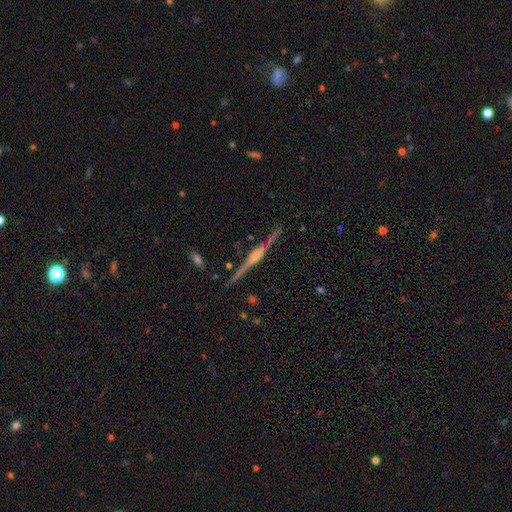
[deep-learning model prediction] smooth_or_featured: featured or disk (p=0.88) [alt: smooth p=0.06]
disk_edge_on: yes (p=0.99) [alt: no p=0.01]
edge_on_bulge: rounded (p=0.83) [alt: boxy p=0.10]
merging: none (p=0.91) [alt: minor disturbance p=0.06]